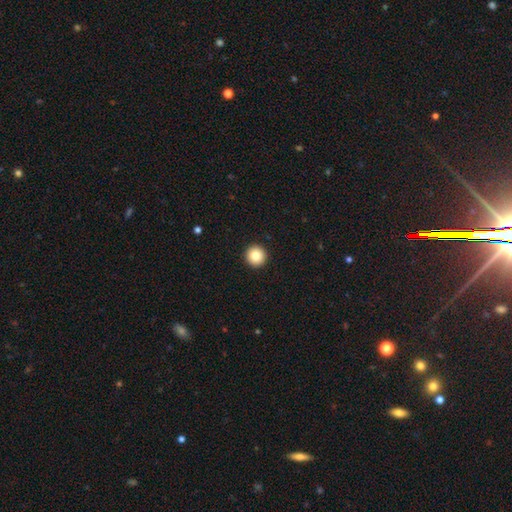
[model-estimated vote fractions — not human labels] A smooth galaxy with no disk features (84%) that is round (96%). Merging: none (94%).